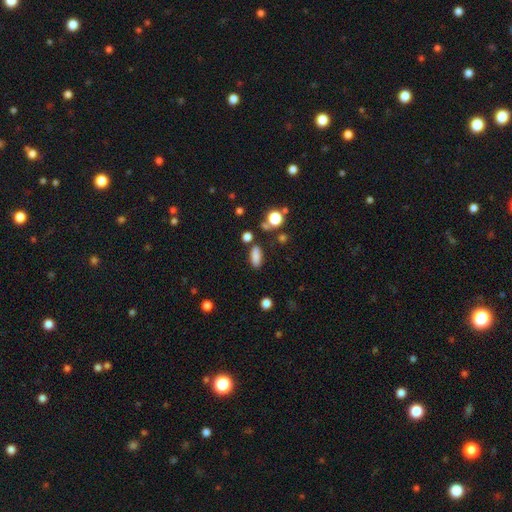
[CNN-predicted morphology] The model was most divided on "how rounded": in between: 75%, cigar-shaped: 20%, round: 5%. More confident: smooth or featured — smooth (84%); merging — none (80%).